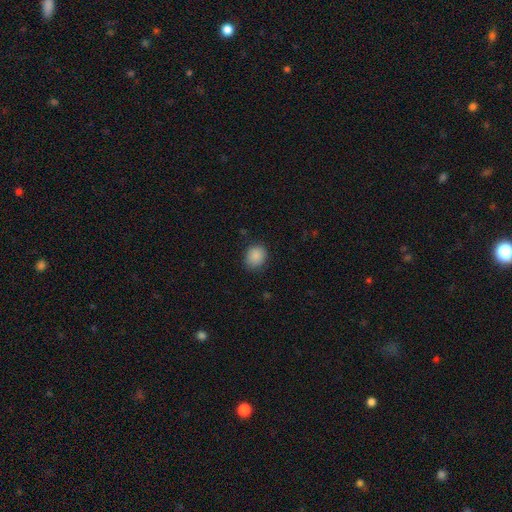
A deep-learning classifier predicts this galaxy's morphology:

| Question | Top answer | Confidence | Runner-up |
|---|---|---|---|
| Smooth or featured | smooth | 87% | star or artifact (9%) |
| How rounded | round | 73% | in between (26%) |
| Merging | none | 82% | minor disturbance (13%) |